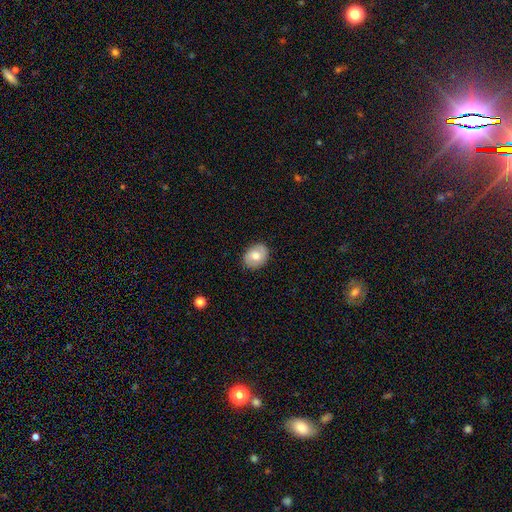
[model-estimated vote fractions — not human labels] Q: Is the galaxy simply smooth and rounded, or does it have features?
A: smooth — 69%.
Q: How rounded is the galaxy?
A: in between — 51%.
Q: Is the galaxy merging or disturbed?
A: none — 85%.